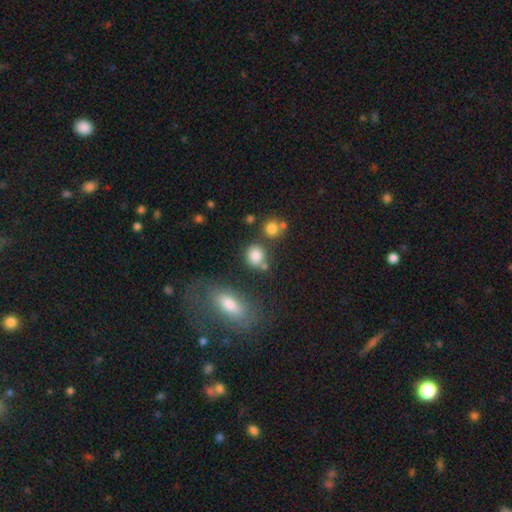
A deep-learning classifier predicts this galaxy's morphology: Q: Smooth or featured?
A: smooth (83%); runner-up: star or artifact (11%)
Q: How rounded?
A: round (75%); runner-up: in between (24%)
Q: Merging?
A: none (64%); runner-up: merger (17%)